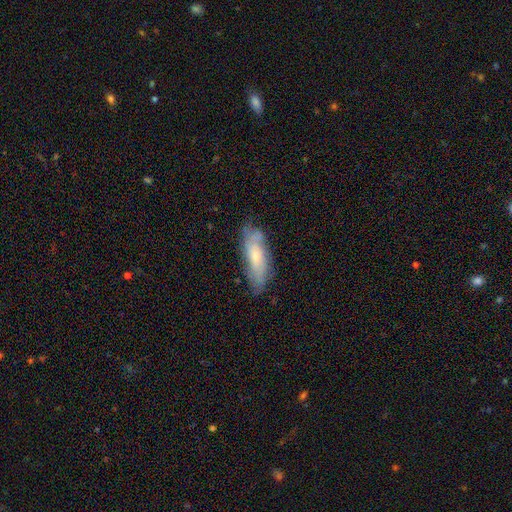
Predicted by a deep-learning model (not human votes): Morphology: type=smooth (47%); merging=none (69%).